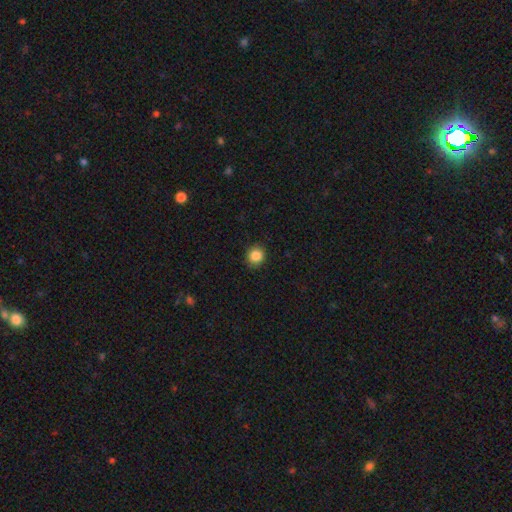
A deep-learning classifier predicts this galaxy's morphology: type=smooth (87%); roundness=round (84%); merging=none (89%).